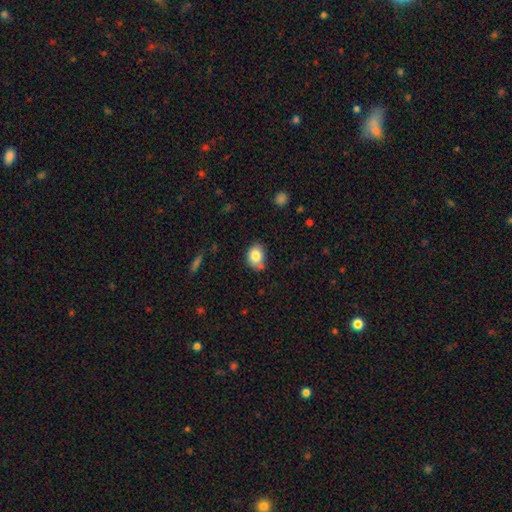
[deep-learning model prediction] Smooth or featured: smooth — 82% (star or artifact — 9%)
How rounded: in between — 61% (round — 38%)
Merging: none — 62% (minor disturbance — 26%)